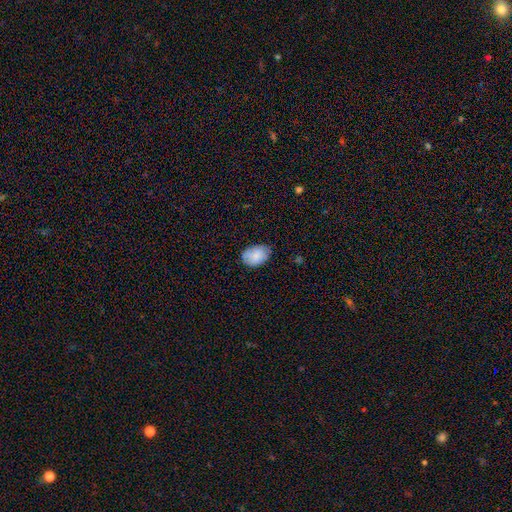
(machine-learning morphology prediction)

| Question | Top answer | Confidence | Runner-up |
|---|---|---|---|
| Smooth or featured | smooth | 84% | featured or disk (10%) |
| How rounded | in between | 85% | round (14%) |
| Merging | none | 72% | minor disturbance (23%) |